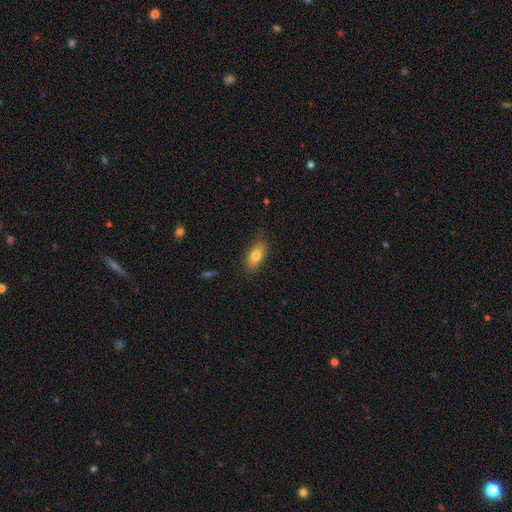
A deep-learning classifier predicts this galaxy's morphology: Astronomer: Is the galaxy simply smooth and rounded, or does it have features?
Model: smooth — 79%.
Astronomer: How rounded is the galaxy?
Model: in between — 86%.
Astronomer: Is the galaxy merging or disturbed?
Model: none — 82%.